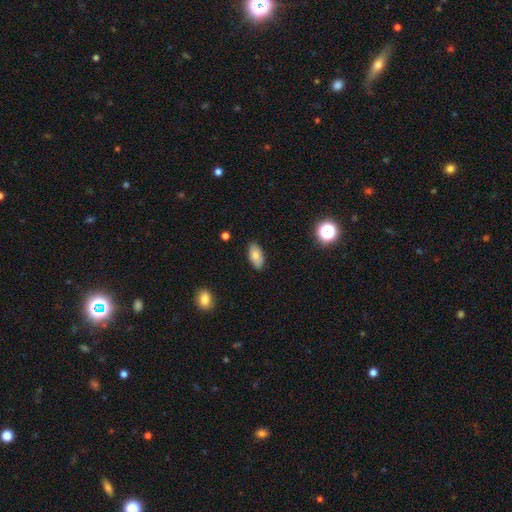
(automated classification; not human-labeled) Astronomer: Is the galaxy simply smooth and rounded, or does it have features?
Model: smooth — 80%.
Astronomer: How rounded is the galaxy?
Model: in between — 93%.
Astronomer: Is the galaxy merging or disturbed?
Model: none — 86%.